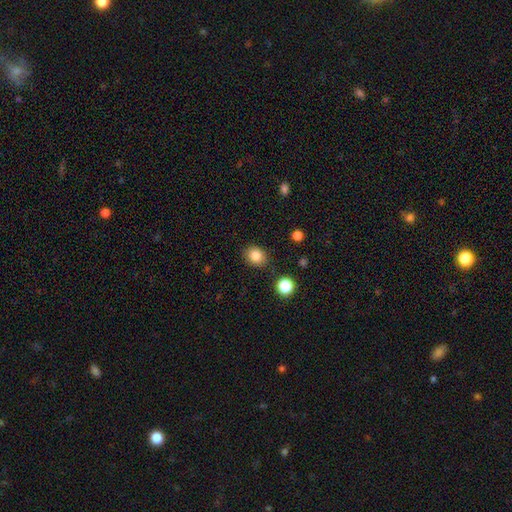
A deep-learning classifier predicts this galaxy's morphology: Smooth or featured: smooth — 84% (star or artifact — 11%)
How rounded: round — 63% (in between — 36%)
Merging: none — 87% (minor disturbance — 9%)